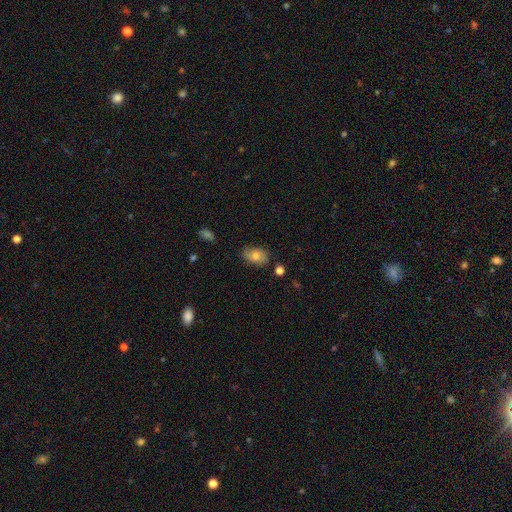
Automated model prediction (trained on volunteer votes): Smooth or featured?
  - smooth: 75% *
  - featured or disk: 16%
  - star or artifact: 9%
How rounded?
  - in between: 83% *
  - round: 15%
  - cigar-shaped: 2%
Merging?
  - none: 71% *
  - minor disturbance: 22%
  - major disturbance: 4%
  - merger: 2%